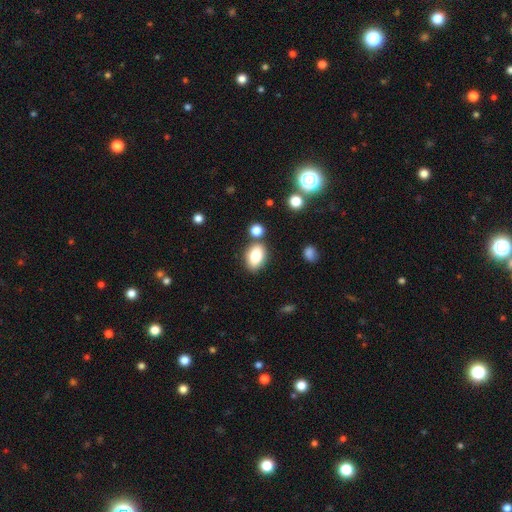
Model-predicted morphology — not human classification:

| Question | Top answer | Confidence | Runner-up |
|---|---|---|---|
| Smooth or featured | smooth | 83% | star or artifact (9%) |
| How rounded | in between | 87% | round (11%) |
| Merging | none | 74% | minor disturbance (12%) |